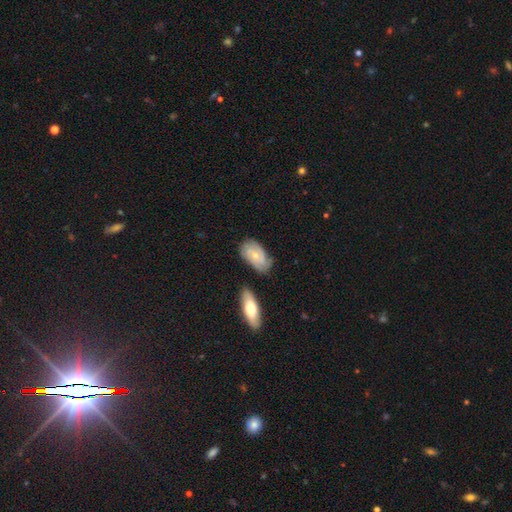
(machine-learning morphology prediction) Smooth or featured? featured or disk (68%)
Edge-on disk? no (95%)
Bar? no (68%)
Spiral arms? yes (91%)
Spiral winding? tight (63%)
Spiral arm count? 2 (42%)
Bulge size? small (56%)
Merging? none (69%)